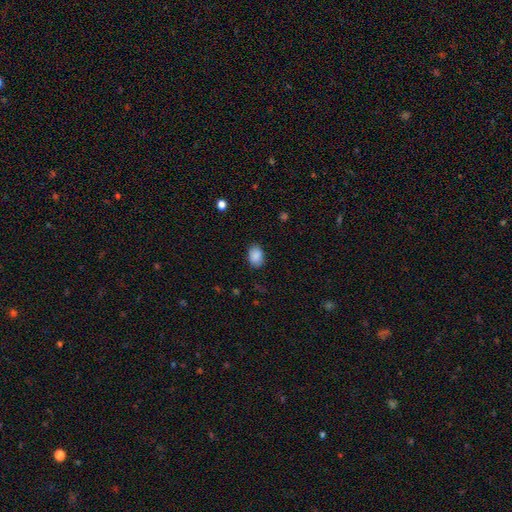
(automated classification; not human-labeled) smooth 89%, star or artifact 8%, featured or disk 4%. Down the decision tree: how rounded — in between (79%); merging — none (83%).